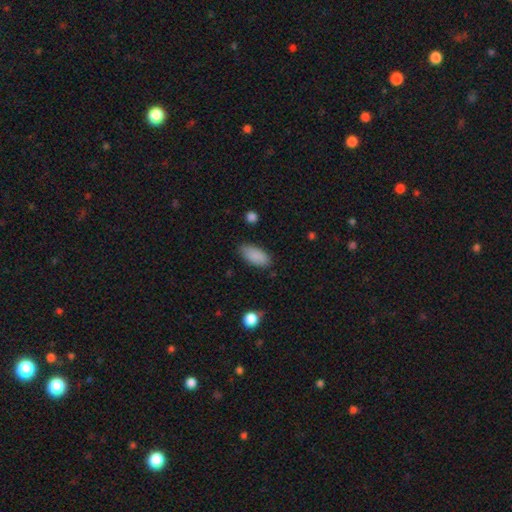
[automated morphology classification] A smooth galaxy with no disk features (88%) that is in between round and cigar-shaped (90%). Merging: none (81%).